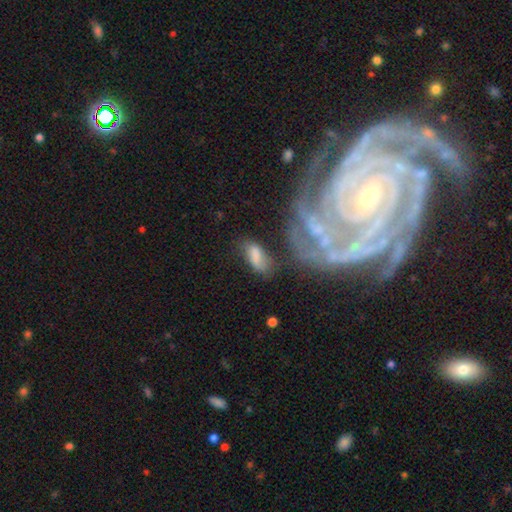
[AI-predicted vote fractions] Smooth or featured?
  - smooth: 69% *
  - featured or disk: 21%
  - star or artifact: 10%
How rounded?
  - in between: 86% *
  - cigar-shaped: 9%
  - round: 4%
Merging?
  - none: 42% *
  - minor disturbance: 27%
  - major disturbance: 17%
  - merger: 15%